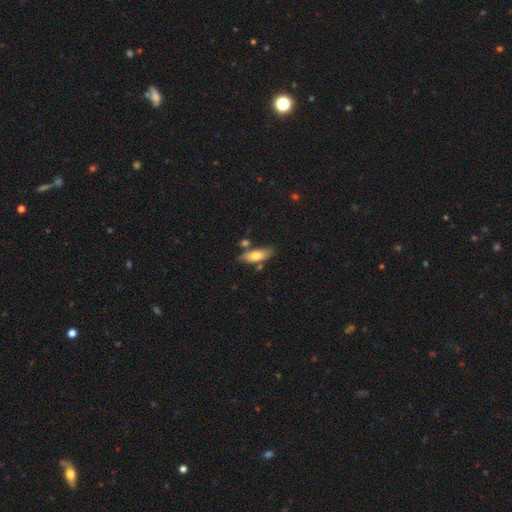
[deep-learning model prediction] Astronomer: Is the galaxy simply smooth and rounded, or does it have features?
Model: smooth — 71%.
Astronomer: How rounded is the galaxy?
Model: in between — 69%.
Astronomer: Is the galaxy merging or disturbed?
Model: none — 68%.